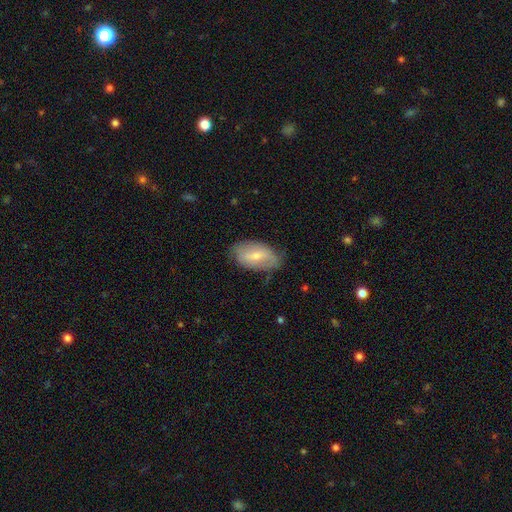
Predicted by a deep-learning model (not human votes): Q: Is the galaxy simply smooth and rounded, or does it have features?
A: smooth — 55%.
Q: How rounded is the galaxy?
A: in between — 93%.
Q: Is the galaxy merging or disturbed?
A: none — 70%.